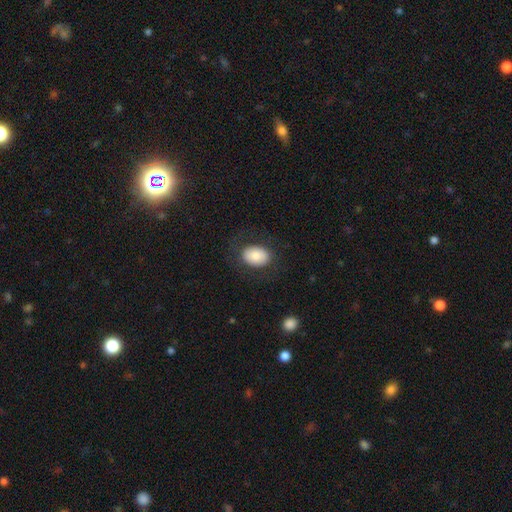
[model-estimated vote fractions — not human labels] This appears to be a smooth galaxy with no disk features (81%) that is in between round and cigar-shaped (79%). Merging: none (79%).